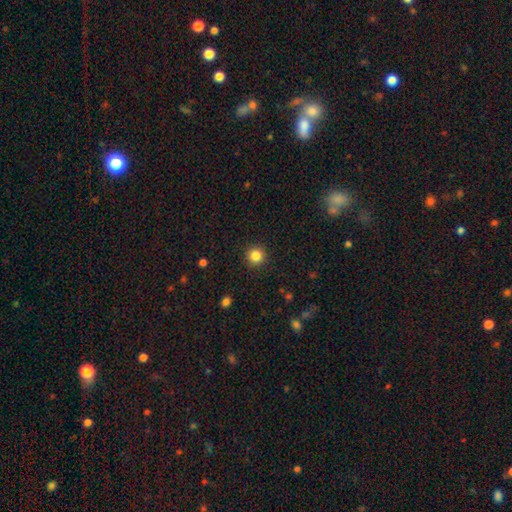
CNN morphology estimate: smooth 84%, star or artifact 11%, featured or disk 5%. Down the decision tree: how rounded — round (95%); merging — none (92%).